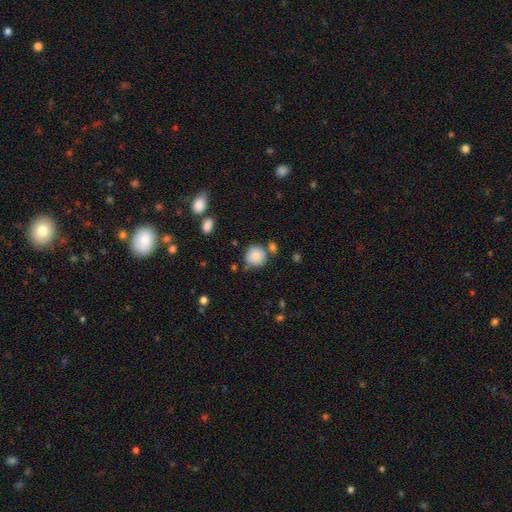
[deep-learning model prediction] Smooth or featured?
  - smooth: 82% *
  - featured or disk: 10%
  - star or artifact: 9%
How rounded?
  - round: 91% *
  - in between: 8%
  - cigar-shaped: 1%
Merging?
  - none: 71% *
  - minor disturbance: 15%
  - merger: 10%
  - major disturbance: 4%